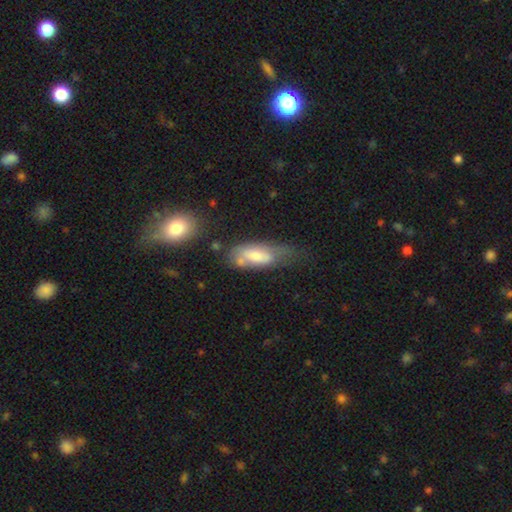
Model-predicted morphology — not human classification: smooth_or_featured: smooth (p=0.62) [alt: featured or disk p=0.31]
how_rounded: in between (p=0.76) [alt: cigar-shaped p=0.21]
merging: minor disturbance (p=0.31) [alt: major disturbance p=0.29]